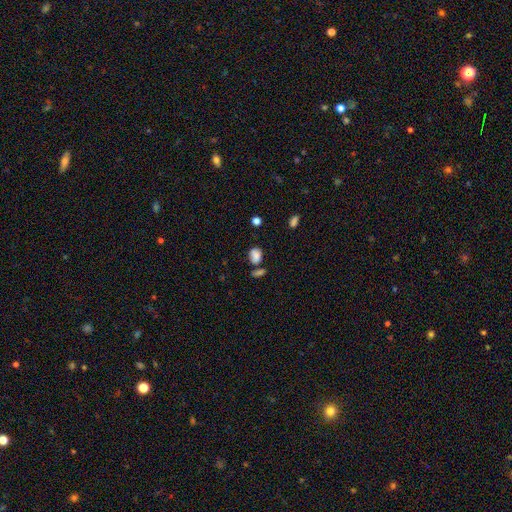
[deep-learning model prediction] The model was most divided on "merging": none: 51%, minor disturbance: 21%, merger: 20%, major disturbance: 8%. More confident: smooth or featured — smooth (79%); how rounded — in between (66%).